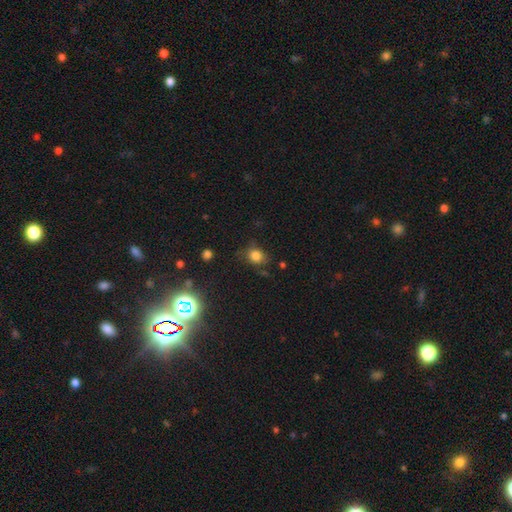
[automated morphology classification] type=smooth (79%); roundness=round (66%); merging=none (70%).